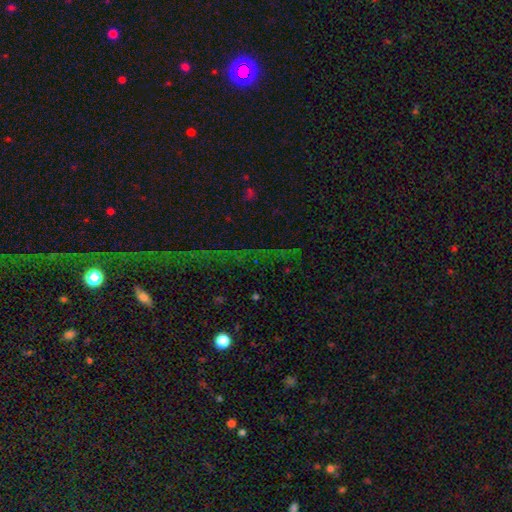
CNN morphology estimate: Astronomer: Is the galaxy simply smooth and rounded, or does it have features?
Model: star or artifact — 77%.